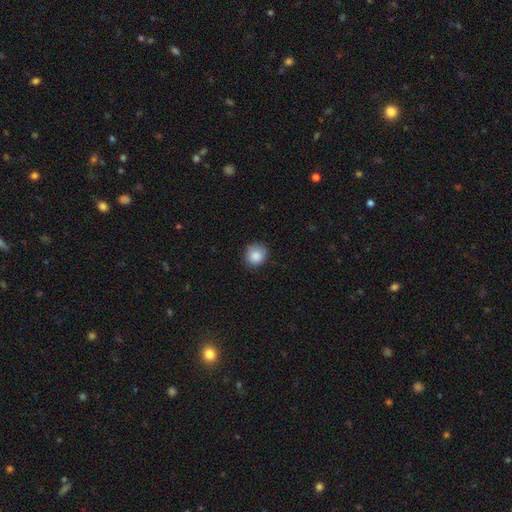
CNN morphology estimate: This is clearly a smooth galaxy (88%). How rounded: clearly round (86%). Merging: clearly none (82%).